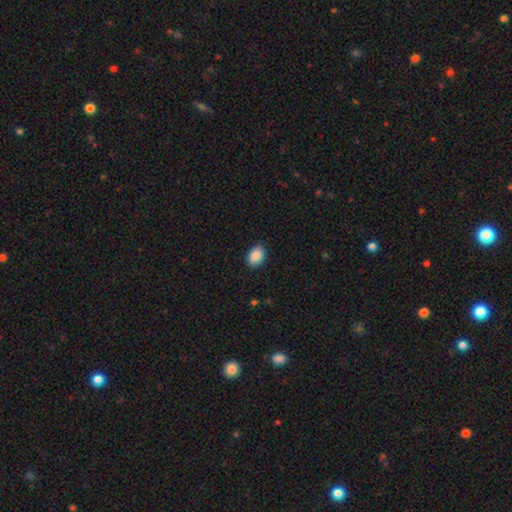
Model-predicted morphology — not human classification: Overall: smooth (89%). How rounded: in between (83%). Merging: none (87%).